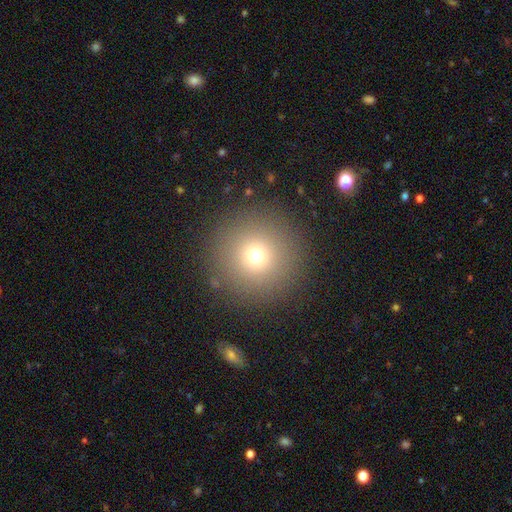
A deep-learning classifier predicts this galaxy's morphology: Smooth or featured?
  - smooth: 71% *
  - star or artifact: 18%
  - featured or disk: 11%
How rounded?
  - round: 96% *
  - in between: 3%
  - cigar-shaped: 1%
Merging?
  - none: 90% *
  - minor disturbance: 5%
  - major disturbance: 3%
  - merger: 2%